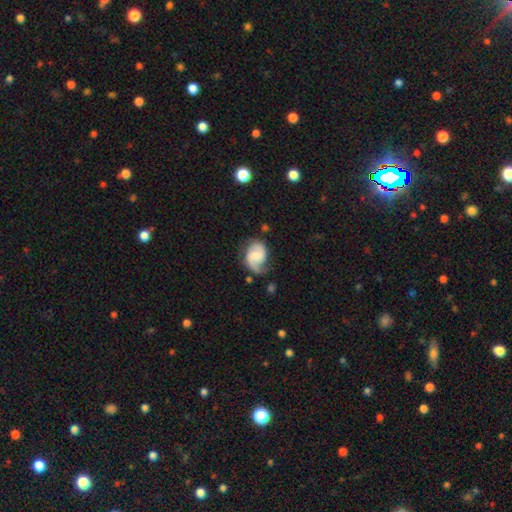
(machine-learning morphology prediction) type=featured or disk (62%); edge-on=no (97%); bar=no (48%); spiral arms=yes (91%); winding=medium (42%); arm count=2 (62%); bulge=small (39%, tied with moderate); merging=none (51%).